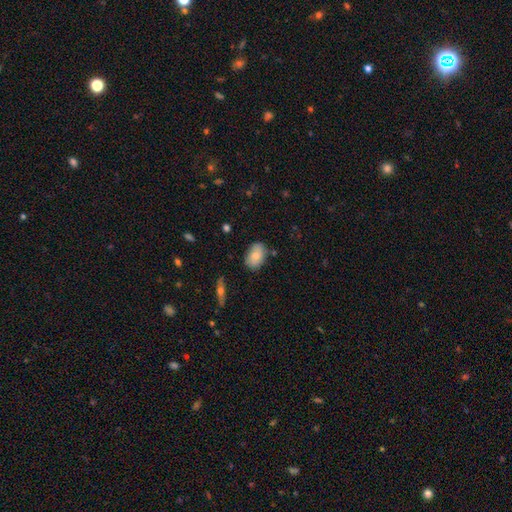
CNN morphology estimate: smooth_or_featured: smooth (p=0.79) [alt: featured or disk p=0.14]
how_rounded: in between (p=0.88) [alt: round p=0.11]
merging: none (p=0.78) [alt: minor disturbance p=0.17]